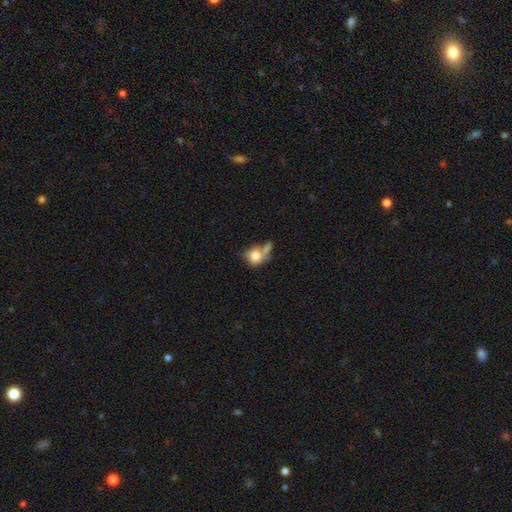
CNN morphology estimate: smooth-or-featured: smooth: 73% | featured or disk: 18% | star or artifact: 9%
  how-rounded: round: 67% | in between: 31% | cigar-shaped: 2%
  merging: none: 38% | merger: 37% | minor disturbance: 16% | major disturbance: 9%